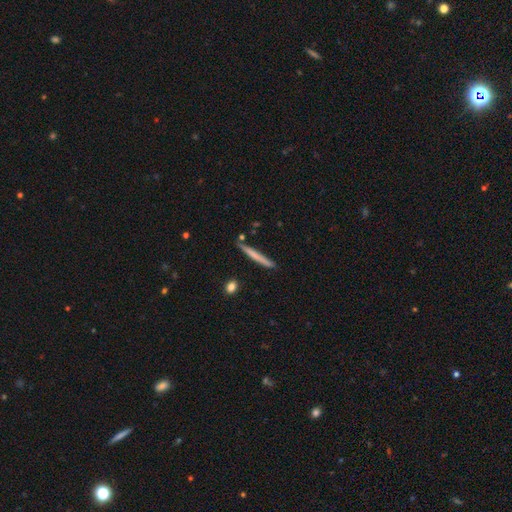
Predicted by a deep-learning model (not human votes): smooth_or_featured: smooth (p=0.63) [alt: featured or disk p=0.32]
how_rounded: cigar-shaped (p=0.97) [alt: in between p=0.02]
merging: none (p=0.87) [alt: minor disturbance p=0.09]